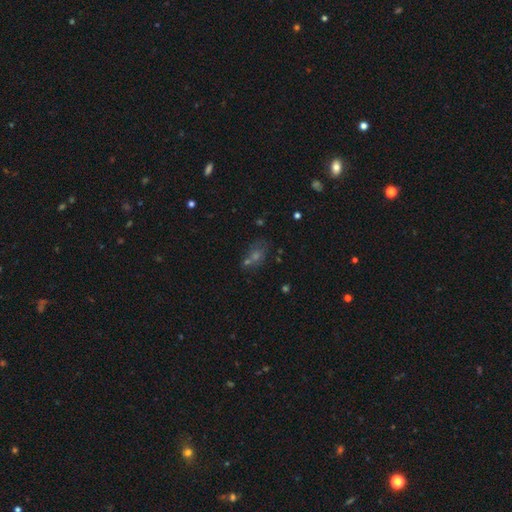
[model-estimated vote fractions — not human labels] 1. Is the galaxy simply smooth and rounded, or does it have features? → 46% smooth, 35% star or artifact, 19% featured or disk.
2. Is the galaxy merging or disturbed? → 54% none, 23% merger, 14% minor disturbance, 8% major disturbance.